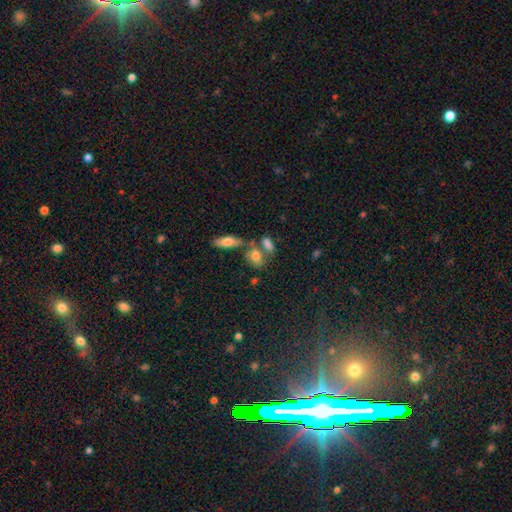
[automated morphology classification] Smooth or featured? smooth (74%)
How rounded? in between (78%)
Merging? none (47%)